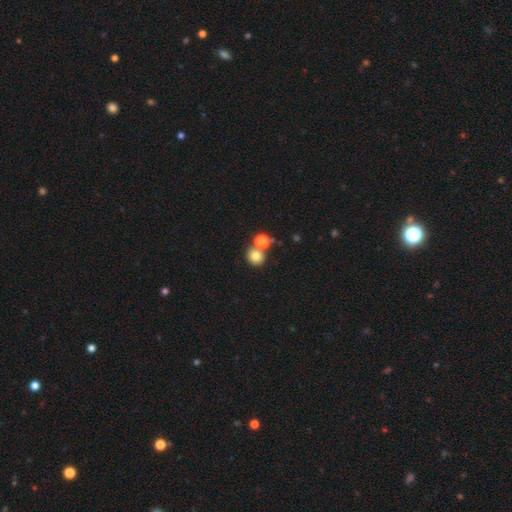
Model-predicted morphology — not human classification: smooth-or-featured: smooth: 78% | star or artifact: 13% | featured or disk: 8%
  how-rounded: round: 85% | in between: 14% | cigar-shaped: 1%
  merging: none: 59% | merger: 31% | minor disturbance: 7% | major disturbance: 3%